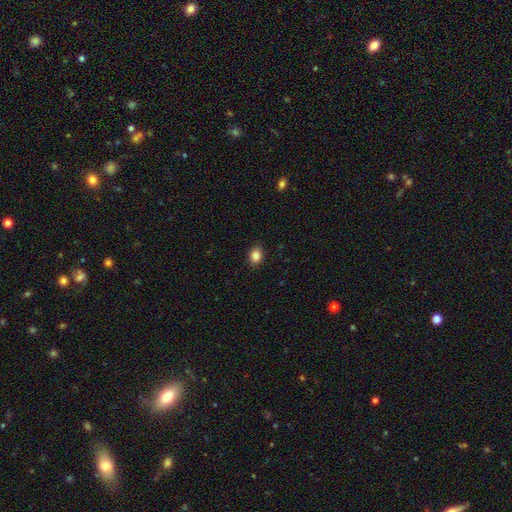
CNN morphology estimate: The model was most divided on "how rounded": in between: 61%, round: 38%, cigar-shaped: 1%. More confident: merging — none (89%); smooth or featured — smooth (85%).